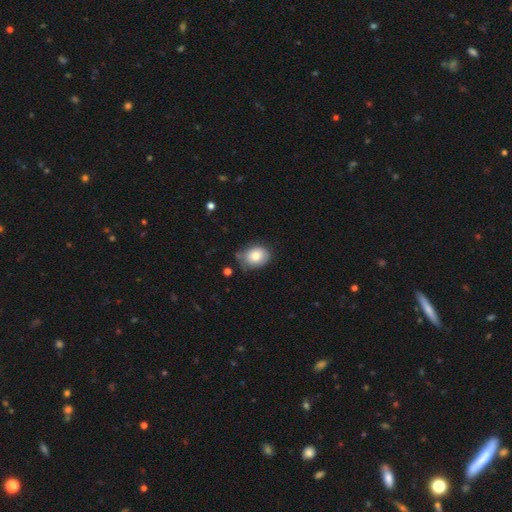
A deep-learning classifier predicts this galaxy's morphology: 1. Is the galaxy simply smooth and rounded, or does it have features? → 80% smooth, 11% featured or disk, 8% star or artifact.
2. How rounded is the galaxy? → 53% in between, 46% round, 1% cigar-shaped.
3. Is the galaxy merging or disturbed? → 66% none, 25% minor disturbance, 5% major disturbance, 4% merger.